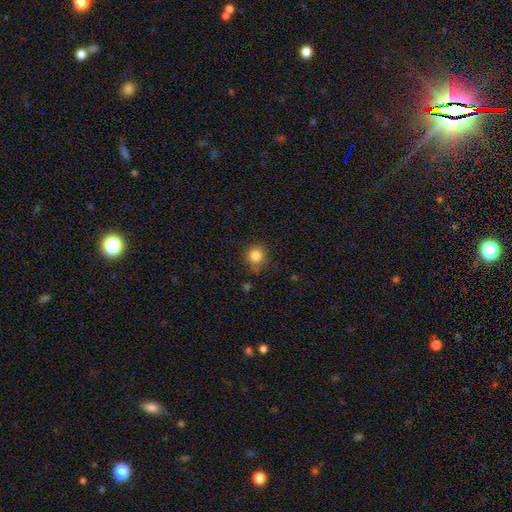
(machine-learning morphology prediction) A smooth galaxy with no disk features (84%) that is round (91%). Merging: none (78%).